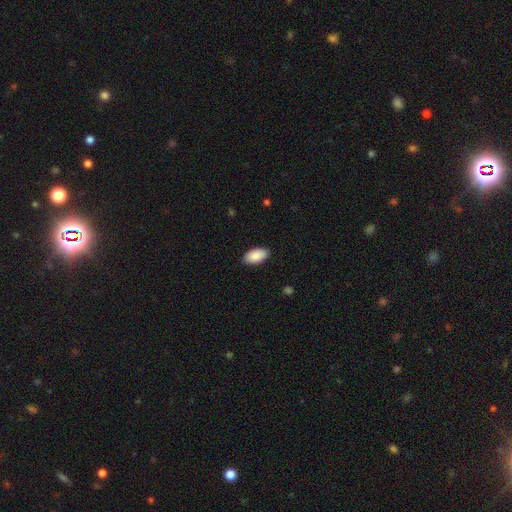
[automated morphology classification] A smooth galaxy with no disk features (89%) that is in between round and cigar-shaped (95%). Merging: none (88%).